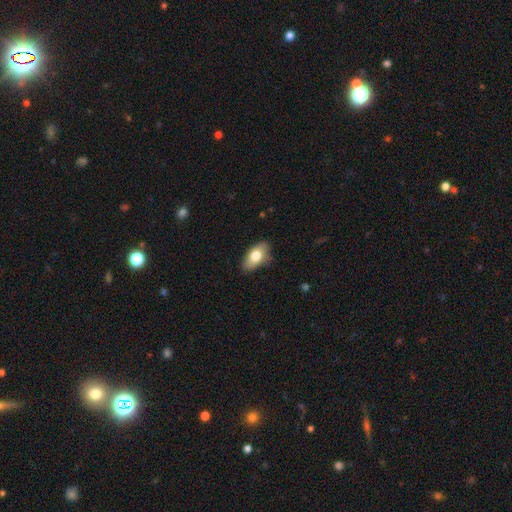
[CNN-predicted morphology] Smooth or featured?
  - smooth: 74% *
  - featured or disk: 19%
  - star or artifact: 7%
How rounded?
  - in between: 89% *
  - cigar-shaped: 6%
  - round: 5%
Merging?
  - none: 79% *
  - minor disturbance: 16%
  - major disturbance: 3%
  - merger: 1%